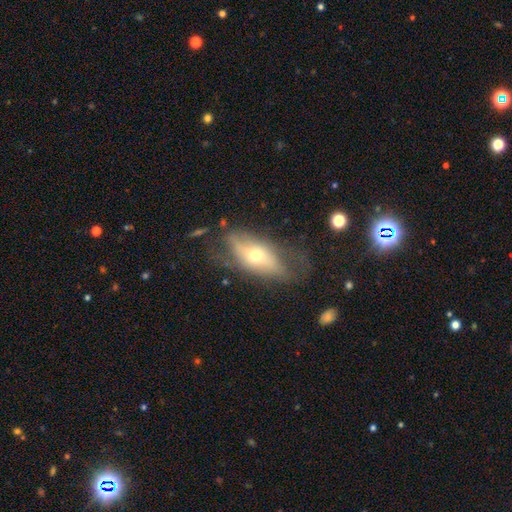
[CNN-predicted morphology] Smooth or featured? smooth (47%)
Merging? none (52%)